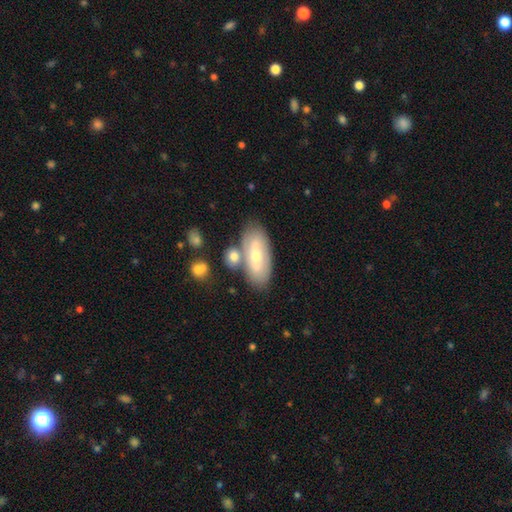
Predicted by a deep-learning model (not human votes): A featured or disk galaxy (48%). Merging: none (67%).